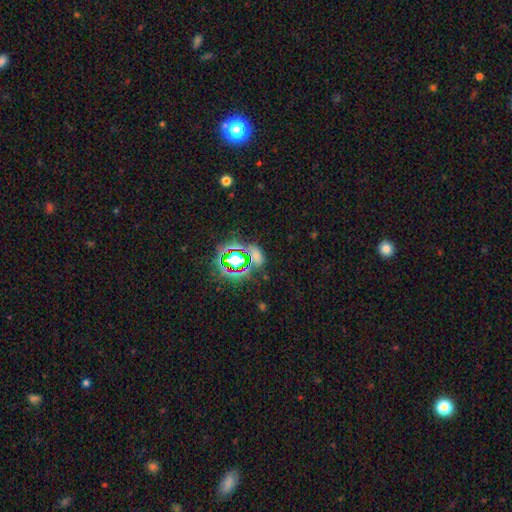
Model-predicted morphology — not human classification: smooth_or_featured: star or artifact (p=0.55) [alt: smooth p=0.35]